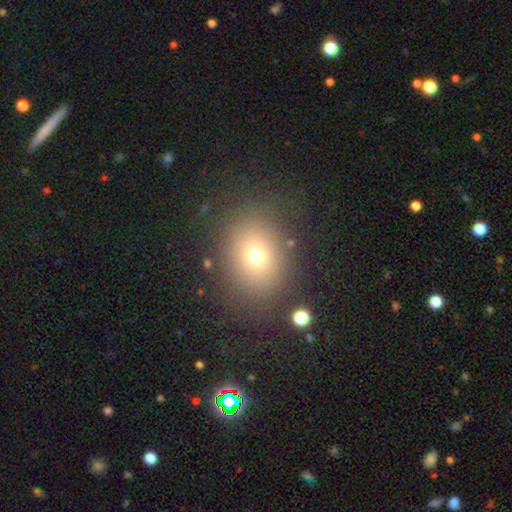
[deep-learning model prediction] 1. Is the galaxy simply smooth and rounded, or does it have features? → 69% smooth, 18% star or artifact, 14% featured or disk.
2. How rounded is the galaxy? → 56% round, 44% in between, 1% cigar-shaped.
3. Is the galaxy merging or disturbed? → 80% none, 11% minor disturbance, 7% major disturbance, 2% merger.